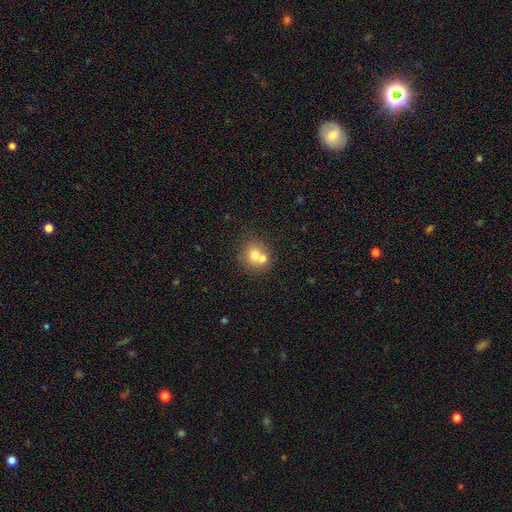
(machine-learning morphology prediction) Smooth or featured?
  - smooth: 68% *
  - featured or disk: 20%
  - star or artifact: 11%
How rounded?
  - round: 81% *
  - in between: 18%
  - cigar-shaped: 1%
Merging?
  - merger: 45% * (tied)
  - none: 45% * (tied)
  - minor disturbance: 8%
  - major disturbance: 3%